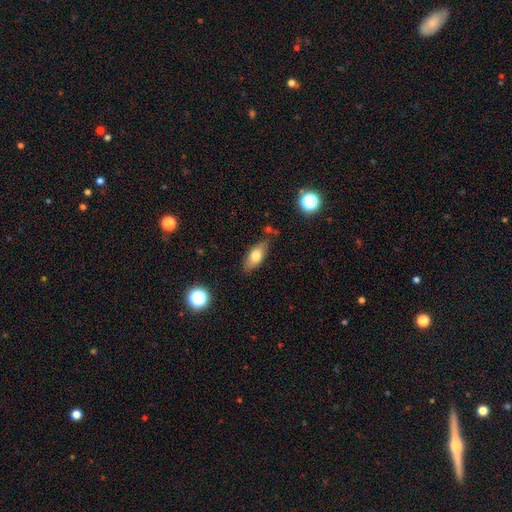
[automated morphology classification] Smooth or featured: smooth — 71% (featured or disk — 21%)
How rounded: in between — 80% (cigar-shaped — 16%)
Merging: none — 76% (minor disturbance — 17%)